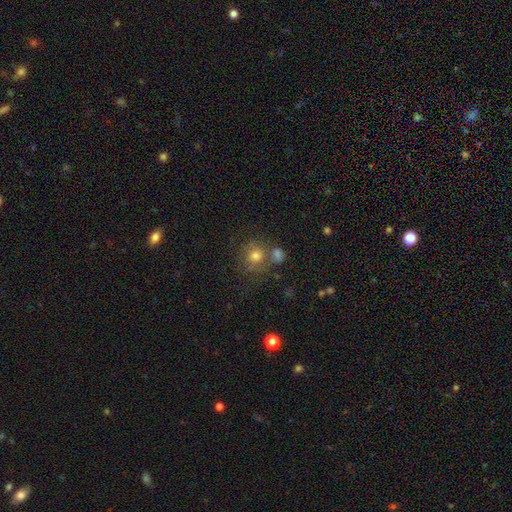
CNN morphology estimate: The model was most divided on "merging": none: 57%, merger: 22%, minor disturbance: 14%, major disturbance: 7%. More confident: how rounded — round (85%); smooth or featured — smooth (68%).